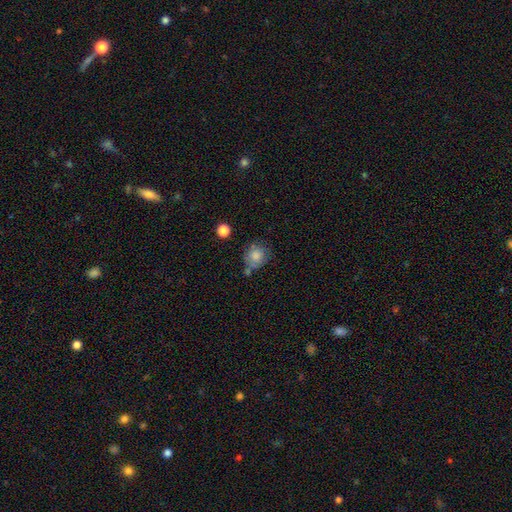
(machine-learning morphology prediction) Overall: smooth (77%). How rounded: round (78%). Merging: none (54%; minor disturbance 24%).